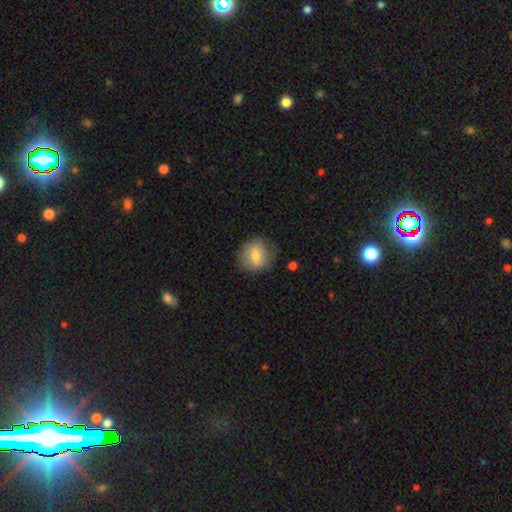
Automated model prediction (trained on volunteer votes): A smooth galaxy with no disk features (67%) that is round (73%). Merging: none (78%).